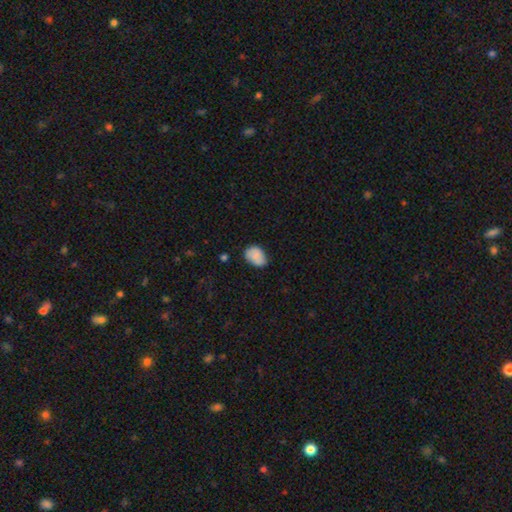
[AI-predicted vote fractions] smooth-or-featured: smooth: 81% | featured or disk: 11% | star or artifact: 8%
  how-rounded: in between: 77% | round: 22% | cigar-shaped: 1%
  merging: none: 64% | minor disturbance: 27% | major disturbance: 5% | merger: 3%